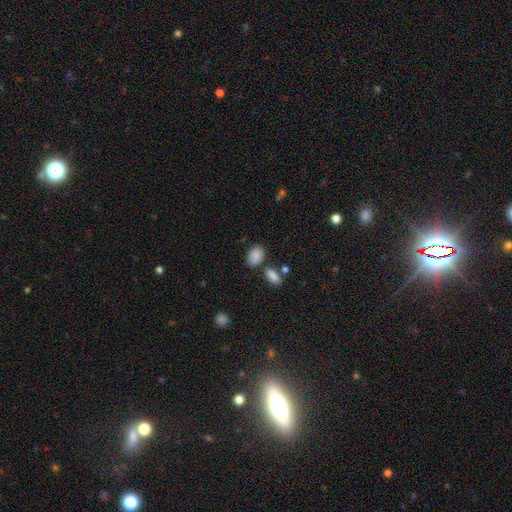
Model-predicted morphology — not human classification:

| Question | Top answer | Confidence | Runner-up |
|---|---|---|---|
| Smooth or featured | smooth | 86% | star or artifact (8%) |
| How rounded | in between | 83% | round (15%) |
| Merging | none | 68% | minor disturbance (16%) |